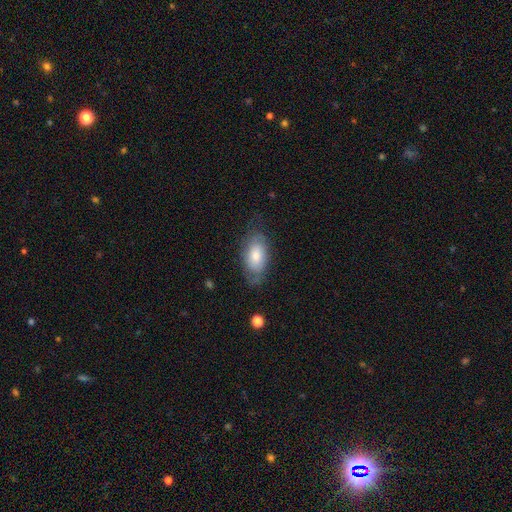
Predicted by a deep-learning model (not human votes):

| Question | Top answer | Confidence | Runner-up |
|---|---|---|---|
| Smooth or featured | smooth | 60% | featured or disk (33%) |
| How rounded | in between | 92% | round (5%) |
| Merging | none | 64% | minor disturbance (25%) |